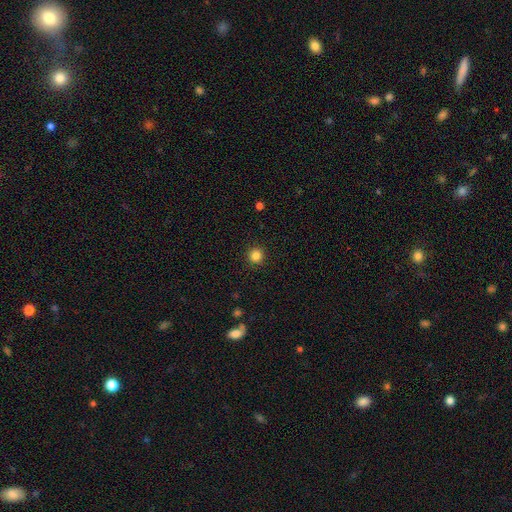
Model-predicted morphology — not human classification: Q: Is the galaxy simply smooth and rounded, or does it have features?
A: smooth — 83%.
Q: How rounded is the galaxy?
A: round — 95%.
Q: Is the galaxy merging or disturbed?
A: none — 93%.